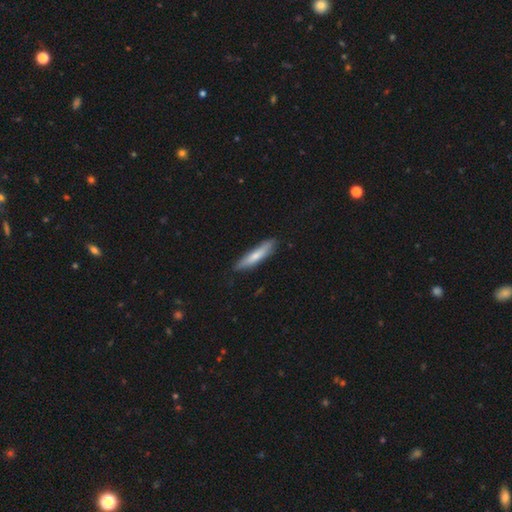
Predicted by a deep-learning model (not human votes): Smooth or featured: smooth — 70% (featured or disk — 25%)
How rounded: cigar-shaped — 85% (in between — 13%)
Merging: none — 84% (minor disturbance — 13%)